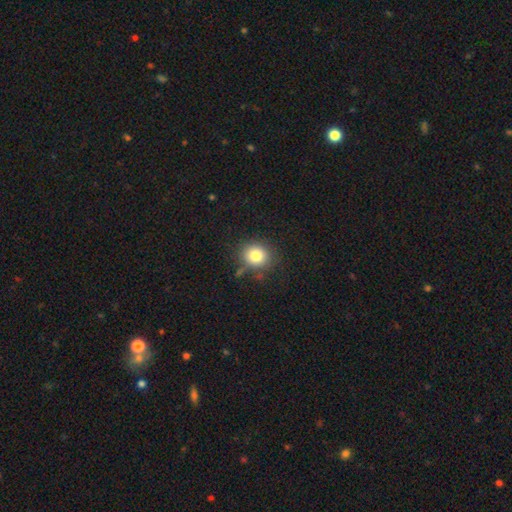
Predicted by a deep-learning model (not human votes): This appears to be a smooth galaxy with no disk features (81%) that is round (79%). Merging: none (79%).